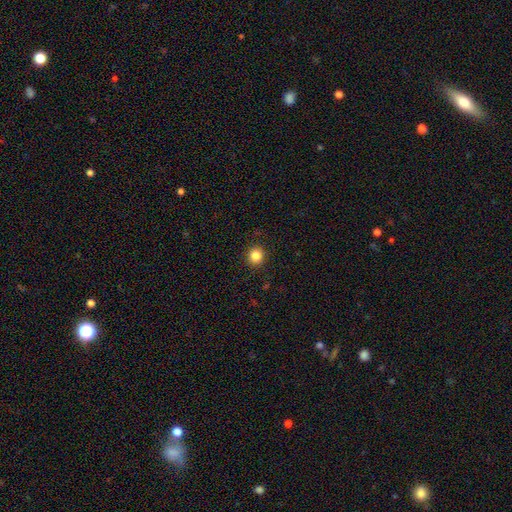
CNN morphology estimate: smooth 84%, star or artifact 12%, featured or disk 4%. Down the decision tree: how rounded — round (92%); merging — none (92%).